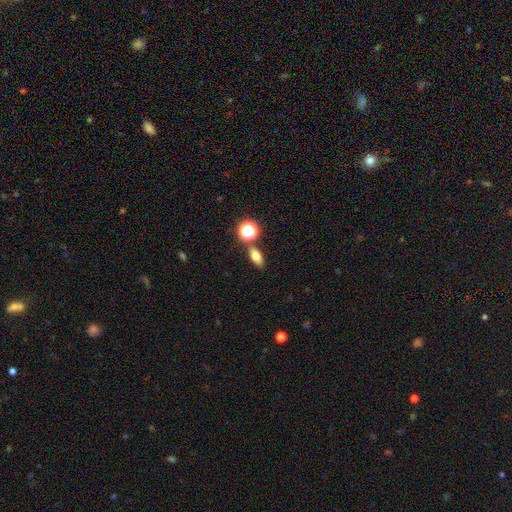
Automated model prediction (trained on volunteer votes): Q: Smooth or featured?
A: smooth (71%); runner-up: star or artifact (15%)
Q: How rounded?
A: in between (73%); runner-up: round (16%)
Q: Merging?
A: none (77%); runner-up: merger (10%)